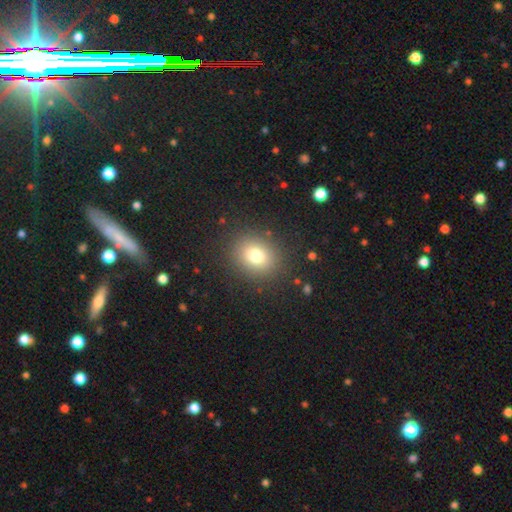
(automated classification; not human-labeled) smooth 77%, star or artifact 14%, featured or disk 10%. Down the decision tree: how rounded — round (64%); merging — none (87%).